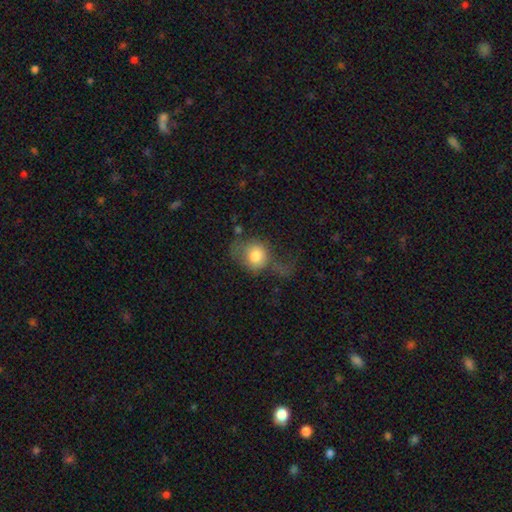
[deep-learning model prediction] smooth_or_featured: smooth (p=0.72) [alt: featured or disk p=0.19]
how_rounded: round (p=0.61) [alt: in between p=0.38]
merging: major disturbance (p=0.47) [alt: none p=0.25]